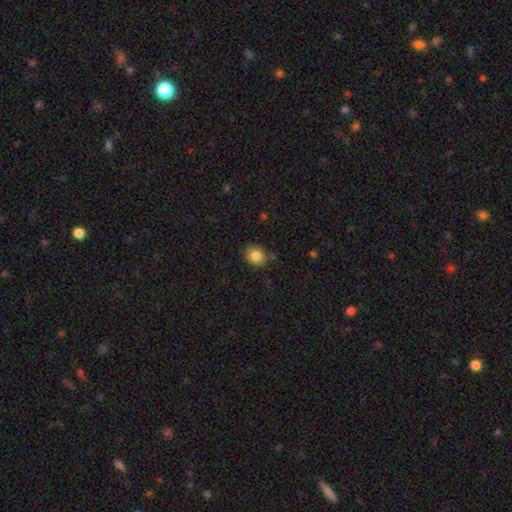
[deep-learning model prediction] A smooth galaxy with no disk features (83%) that is round (67%).

Vote fractions:
- Smooth or featured? smooth: 83% / star or artifact: 10% / featured or disk: 7%
- How rounded? round: 67% / in between: 32% / cigar-shaped: 1%
- Merging? none: 83% / minor disturbance: 11% / merger: 3% / major disturbance: 2%